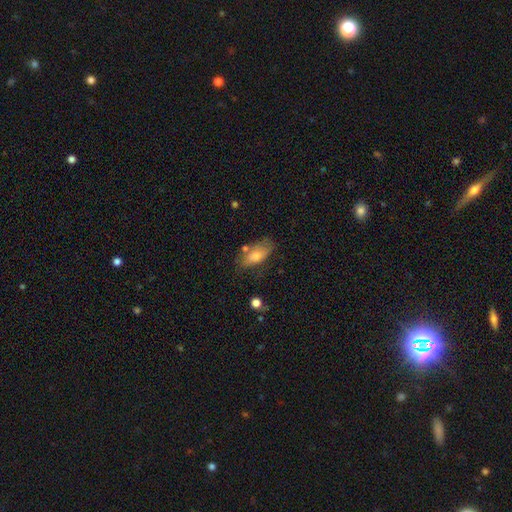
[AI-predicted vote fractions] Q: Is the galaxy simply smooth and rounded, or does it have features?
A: smooth — 69%.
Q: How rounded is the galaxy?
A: in between — 84%.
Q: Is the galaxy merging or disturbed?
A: none — 61%.